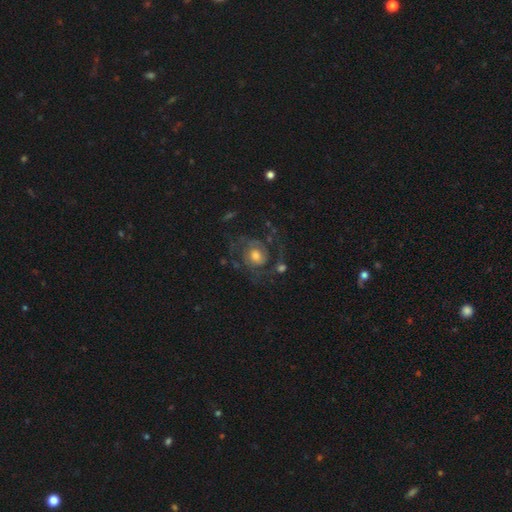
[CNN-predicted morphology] A featured or disk galaxy (72%) with no bar (74%), 2 (49%) medium (42%) spiral arms (85%) and a moderate central bulge (62%). Merging: none (55%).